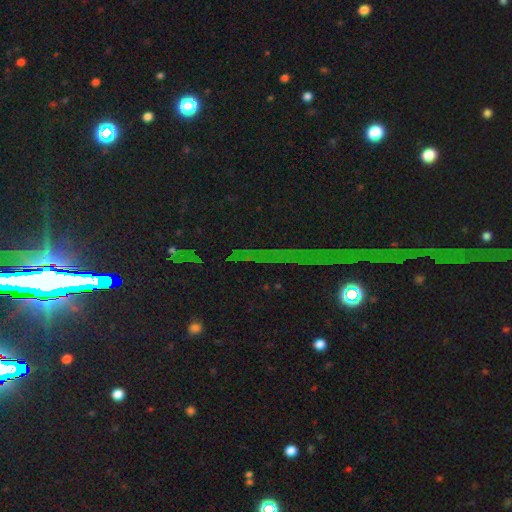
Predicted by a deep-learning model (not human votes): Overall: star or artifact (81%).